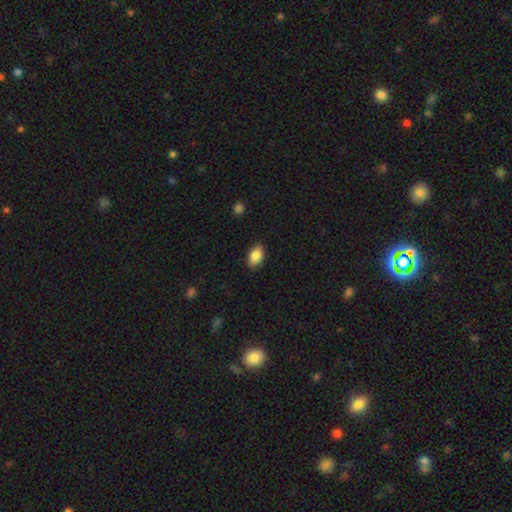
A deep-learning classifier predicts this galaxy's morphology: type=smooth (85%); roundness=in between (89%); merging=none (86%).